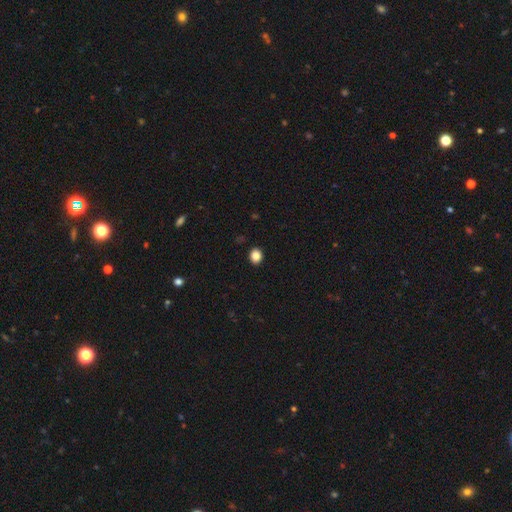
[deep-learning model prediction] smooth_or_featured: smooth (p=0.85) [alt: star or artifact p=0.10]
how_rounded: round (p=0.61) [alt: in between p=0.38]
merging: none (p=0.92) [alt: minor disturbance p=0.06]